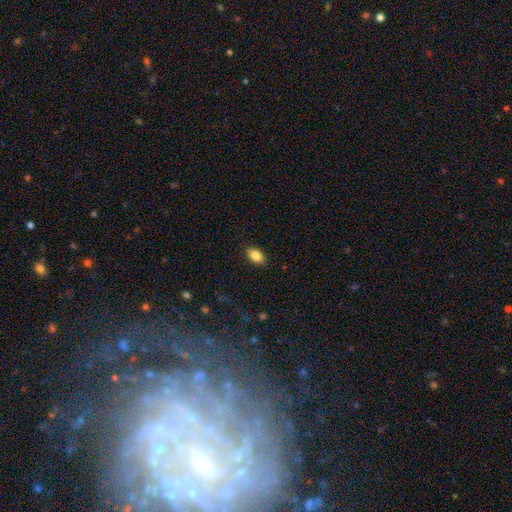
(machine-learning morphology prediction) Q: Smooth or featured?
A: smooth (85%); runner-up: star or artifact (8%)
Q: How rounded?
A: in between (90%); runner-up: round (9%)
Q: Merging?
A: none (88%); runner-up: minor disturbance (9%)